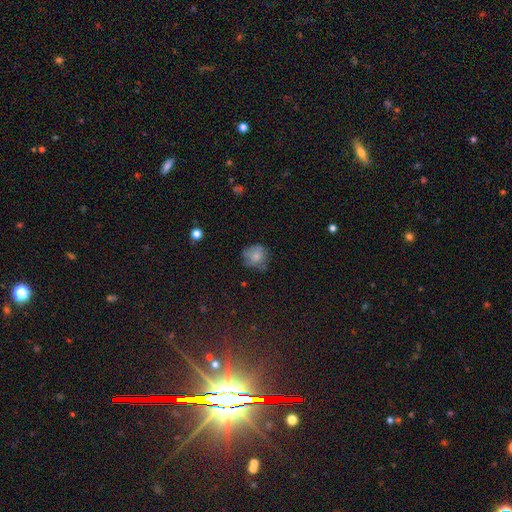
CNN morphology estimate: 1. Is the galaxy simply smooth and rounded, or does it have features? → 70% smooth, 18% featured or disk, 12% star or artifact.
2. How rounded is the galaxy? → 79% round, 20% in between, 1% cigar-shaped.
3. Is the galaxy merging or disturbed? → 60% none, 26% minor disturbance, 11% major disturbance, 2% merger.